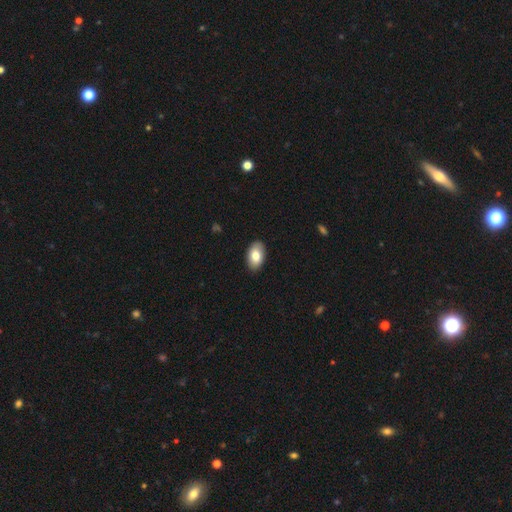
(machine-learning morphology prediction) Smooth or featured? smooth (80%)
How rounded? in between (92%)
Merging? none (89%)